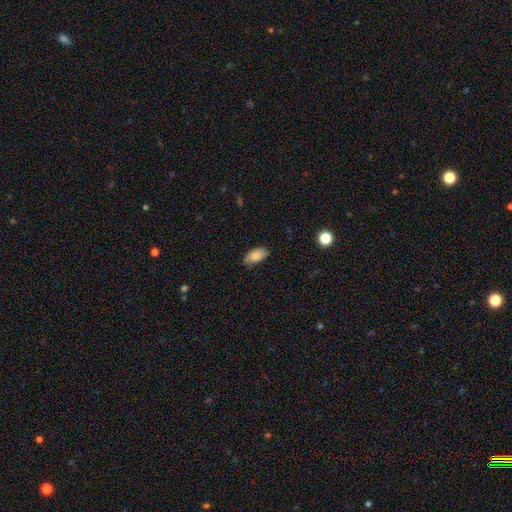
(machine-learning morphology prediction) A smooth galaxy with no disk features (84%) that is in between round and cigar-shaped (94%). Merging: none (72%).